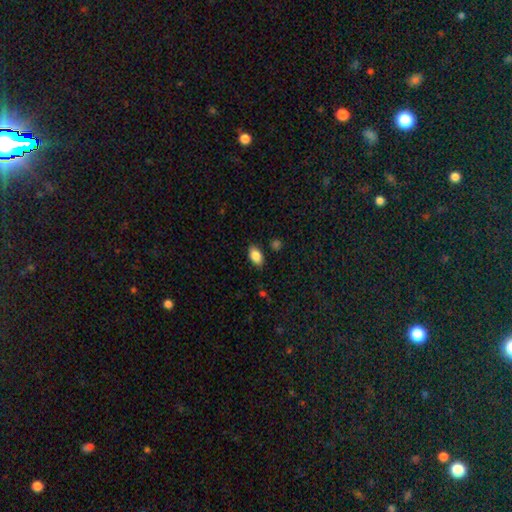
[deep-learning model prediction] The model was most divided on "merging": none: 85%, minor disturbance: 11%, major disturbance: 2%, merger: 2%. More confident: how rounded — in between (91%); smooth or featured — smooth (86%).